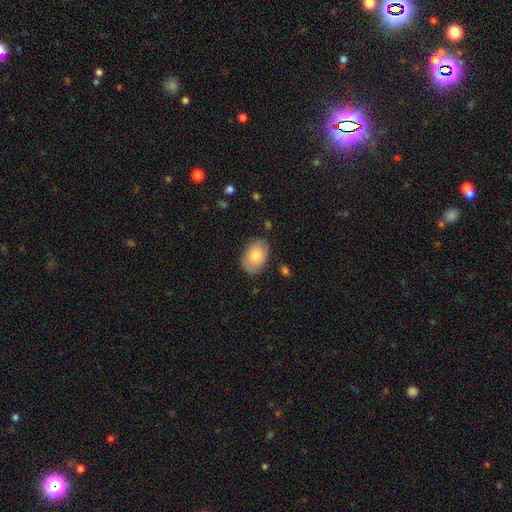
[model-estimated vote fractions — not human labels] smooth-or-featured: smooth: 75% | featured or disk: 18% | star or artifact: 7%
  how-rounded: in between: 78% | round: 21% | cigar-shaped: 1%
  merging: none: 78% | minor disturbance: 16% | major disturbance: 4% | merger: 2%